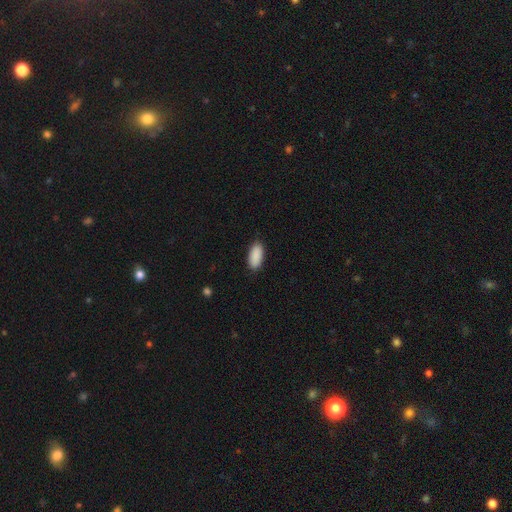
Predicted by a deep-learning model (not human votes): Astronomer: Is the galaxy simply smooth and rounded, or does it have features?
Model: smooth — 91%.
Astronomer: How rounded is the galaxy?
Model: in between — 91%.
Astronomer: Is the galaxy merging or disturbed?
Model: none — 88%.